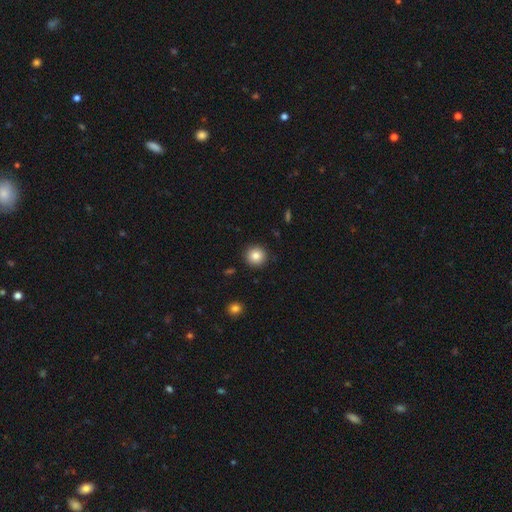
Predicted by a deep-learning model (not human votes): Q: Smooth or featured?
A: smooth (83%); runner-up: star or artifact (10%)
Q: How rounded?
A: round (95%); runner-up: in between (5%)
Q: Merging?
A: none (91%); runner-up: minor disturbance (6%)